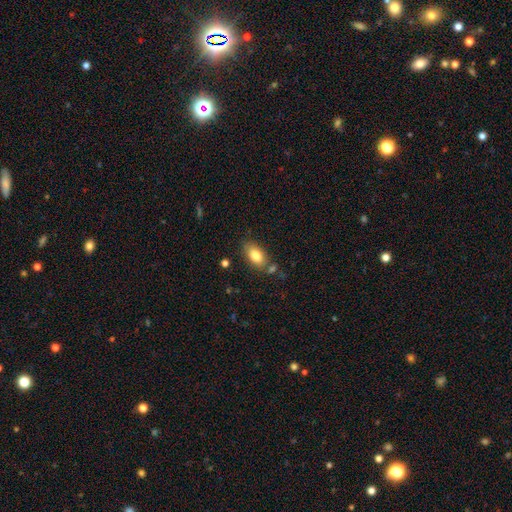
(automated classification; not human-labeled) A smooth galaxy with no disk features (82%) that is in between round and cigar-shaped (91%). Merging: none (74%).